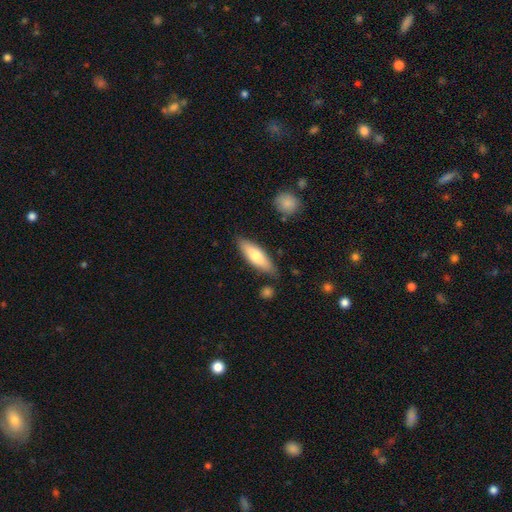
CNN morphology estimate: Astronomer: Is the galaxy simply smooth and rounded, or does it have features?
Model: smooth — 69%.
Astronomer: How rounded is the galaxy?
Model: in between — 49%, tied with cigar-shaped at 49%.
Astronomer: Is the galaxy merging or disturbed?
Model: none — 80%.